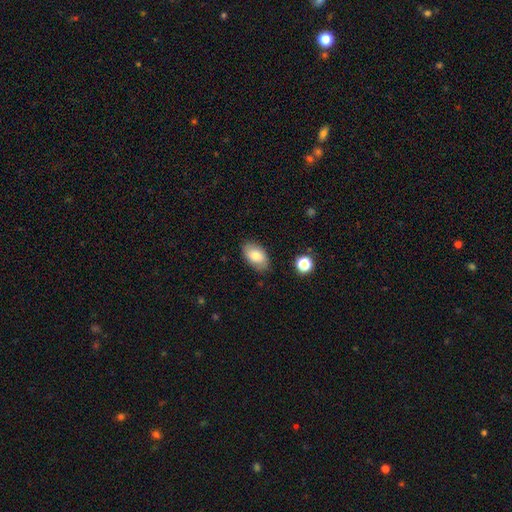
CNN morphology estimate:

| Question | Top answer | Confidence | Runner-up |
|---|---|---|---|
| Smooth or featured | smooth | 80% | featured or disk (12%) |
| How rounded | in between | 92% | round (7%) |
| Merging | none | 84% | minor disturbance (12%) |